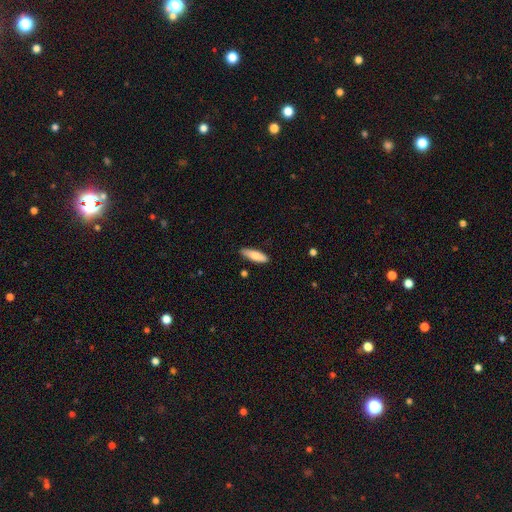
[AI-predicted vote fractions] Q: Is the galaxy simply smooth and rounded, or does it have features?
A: smooth — 76%.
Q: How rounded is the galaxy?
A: cigar-shaped — 56%.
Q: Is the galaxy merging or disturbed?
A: none — 84%.